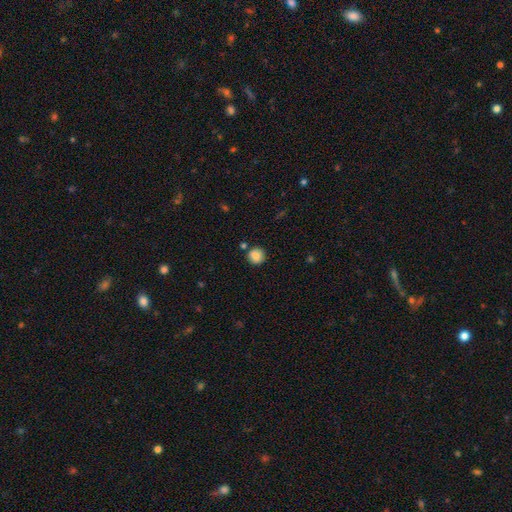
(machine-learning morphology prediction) smooth_or_featured: smooth (p=0.86) [alt: star or artifact p=0.09]
how_rounded: round (p=0.90) [alt: in between p=0.09]
merging: none (p=0.81) [alt: minor disturbance p=0.10]